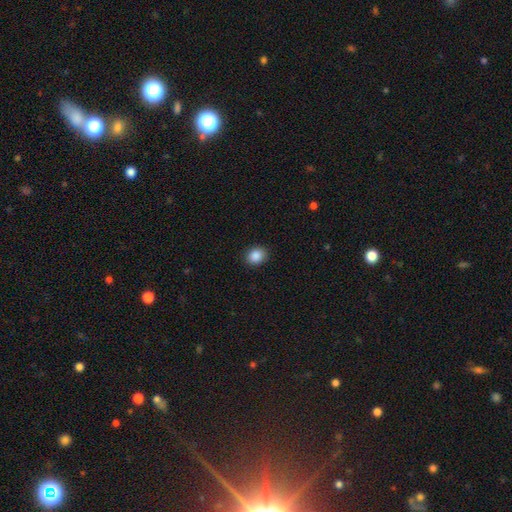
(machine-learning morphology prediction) A smooth galaxy with no disk features (88%) that is round (62%).

Vote fractions:
- Smooth or featured? smooth: 88% / star or artifact: 9% / featured or disk: 3%
- How rounded? round: 62% / in between: 37% / cigar-shaped: 1%
- Merging? none: 90% / minor disturbance: 7% / major disturbance: 2% / merger: 1%